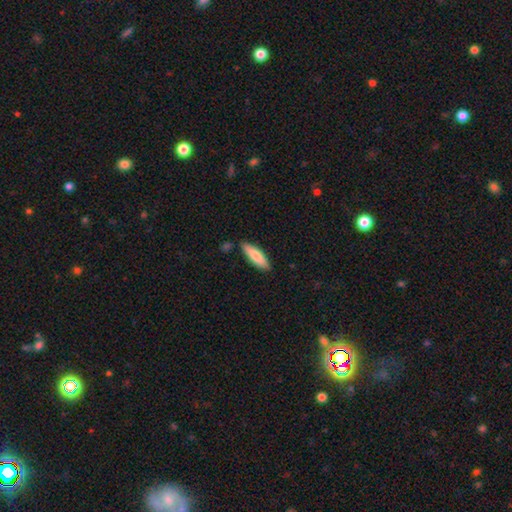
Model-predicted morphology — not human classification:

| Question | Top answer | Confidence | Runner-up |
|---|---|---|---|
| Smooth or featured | smooth | 81% | featured or disk (14%) |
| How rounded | cigar-shaped | 56% | in between (42%) |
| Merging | none | 81% | minor disturbance (13%) |